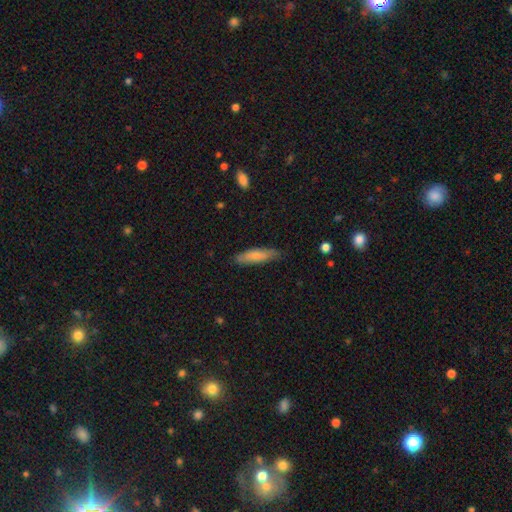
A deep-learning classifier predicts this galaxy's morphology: type=smooth (76%); roundness=cigar-shaped (68%); merging=none (81%).